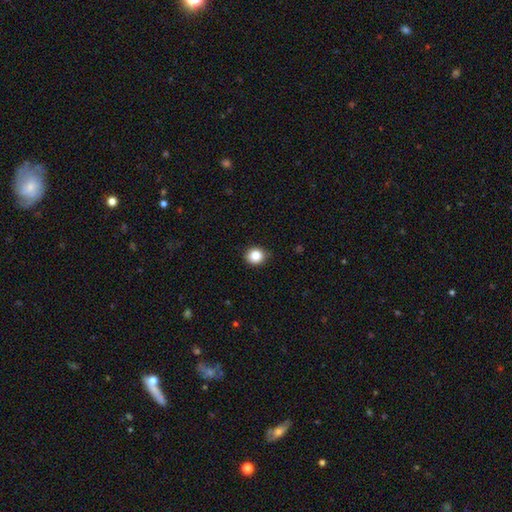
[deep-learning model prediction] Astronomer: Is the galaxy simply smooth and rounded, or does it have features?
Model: smooth — 86%.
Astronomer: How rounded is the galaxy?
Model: round — 80%.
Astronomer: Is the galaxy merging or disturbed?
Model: none — 85%.